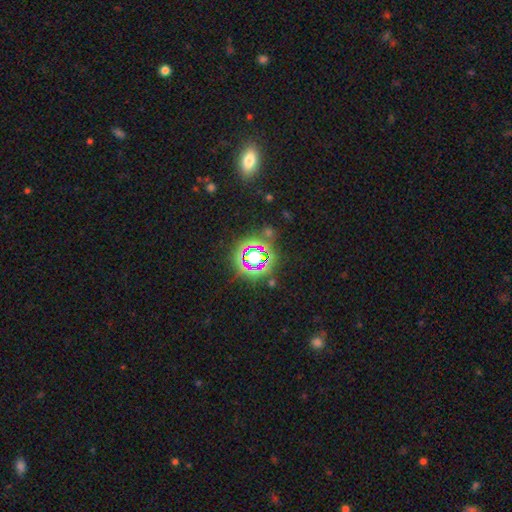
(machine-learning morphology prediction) smooth-or-featured: star or artifact: 69% | smooth: 20% | featured or disk: 11%